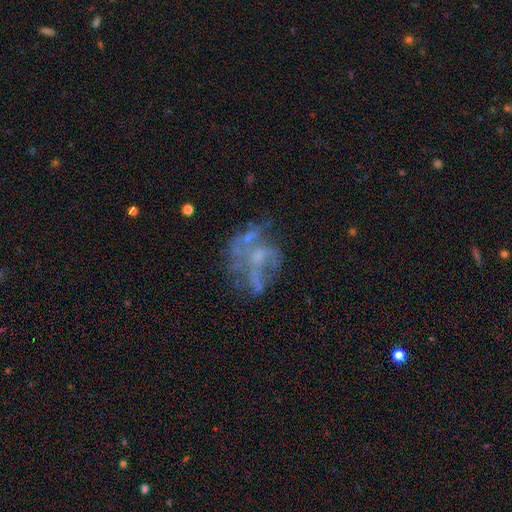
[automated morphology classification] Overall: featured or disk (66%). Edge-on disk: no (98%). Bar: no (80%). Spiral arms: no (74%). Bulge size: none (51%; small 27%). Merging: none (42%; major disturbance 31%).